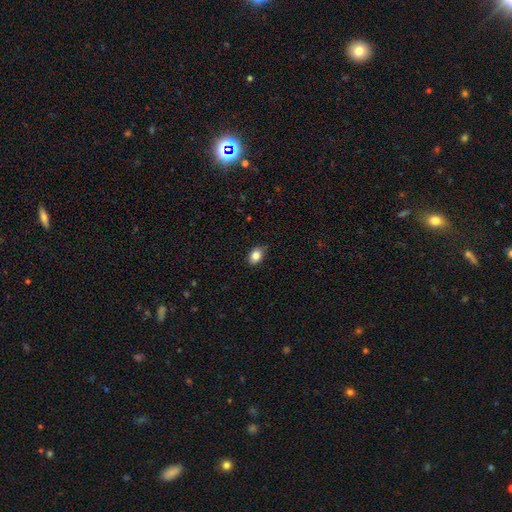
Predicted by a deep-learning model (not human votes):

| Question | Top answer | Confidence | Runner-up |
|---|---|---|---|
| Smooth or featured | smooth | 84% | star or artifact (9%) |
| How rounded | in between | 74% | round (25%) |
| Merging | none | 81% | minor disturbance (16%) |